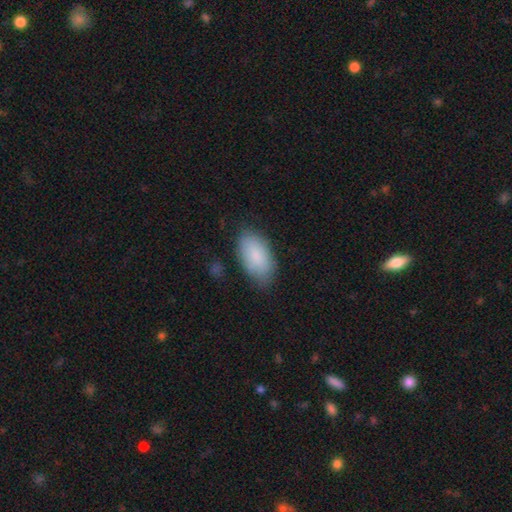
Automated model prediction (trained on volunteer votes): Smooth or featured?
  - smooth: 84% *
  - featured or disk: 10%
  - star or artifact: 6%
How rounded?
  - in between: 95% *
  - round: 3%
  - cigar-shaped: 2%
Merging?
  - none: 76% *
  - minor disturbance: 19%
  - major disturbance: 4%
  - merger: 2%